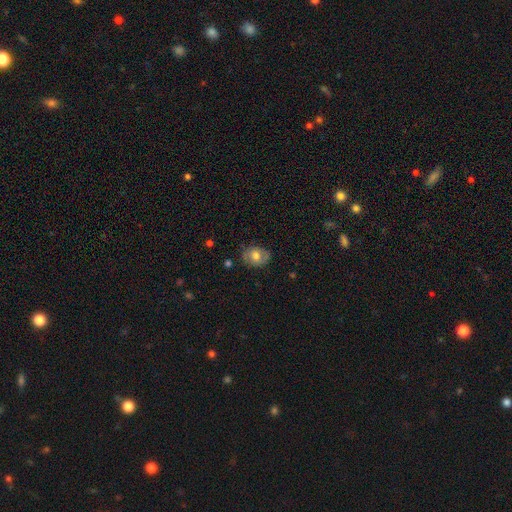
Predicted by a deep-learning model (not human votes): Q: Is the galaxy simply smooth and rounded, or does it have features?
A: smooth — 60%.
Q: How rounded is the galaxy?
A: in between — 54%.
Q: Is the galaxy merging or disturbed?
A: none — 76%.